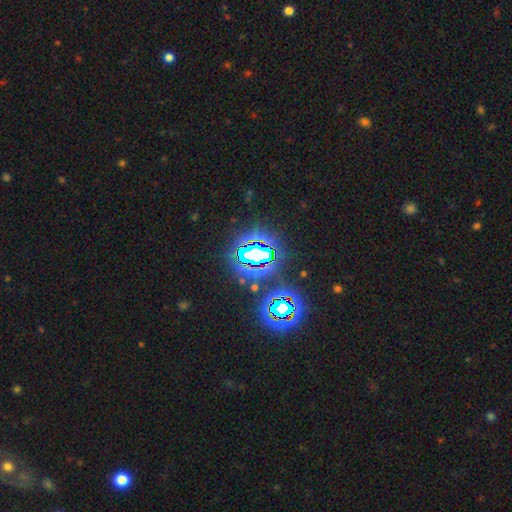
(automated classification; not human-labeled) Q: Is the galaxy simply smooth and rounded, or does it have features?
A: star or artifact — 73%.